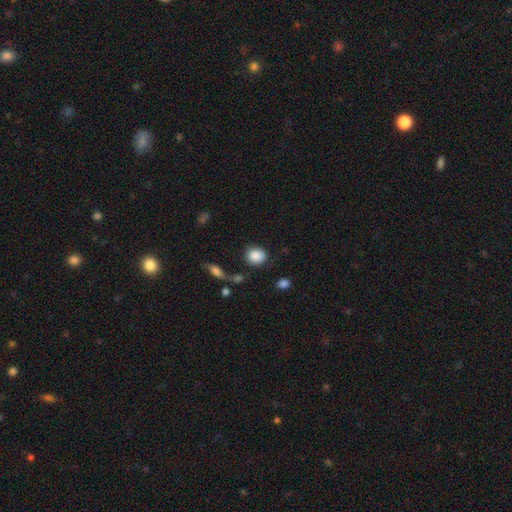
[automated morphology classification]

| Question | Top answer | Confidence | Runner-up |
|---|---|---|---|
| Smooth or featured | smooth | 87% | star or artifact (8%) |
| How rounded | round | 73% | in between (26%) |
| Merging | none | 74% | minor disturbance (14%) |